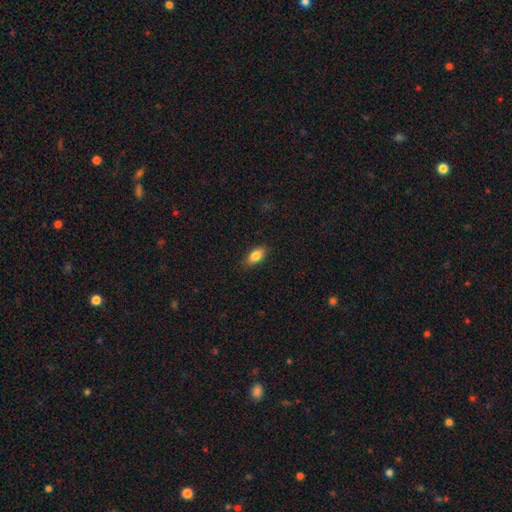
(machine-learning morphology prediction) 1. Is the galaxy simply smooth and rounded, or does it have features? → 83% smooth, 9% featured or disk, 7% star or artifact.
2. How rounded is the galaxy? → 87% in between, 9% cigar-shaped, 4% round.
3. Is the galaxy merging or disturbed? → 86% none, 11% minor disturbance, 2% major disturbance, 1% merger.